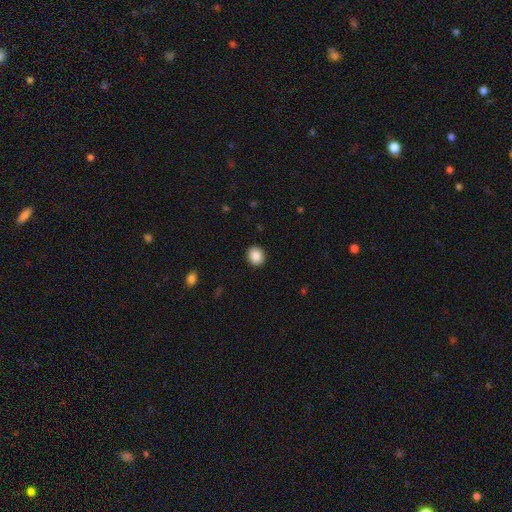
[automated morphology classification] smooth-or-featured: smooth: 88% | star or artifact: 8% | featured or disk: 4%
  how-rounded: round: 62% | in between: 37% | cigar-shaped: 1%
  merging: none: 91% | minor disturbance: 6% | major disturbance: 2% | merger: 1%